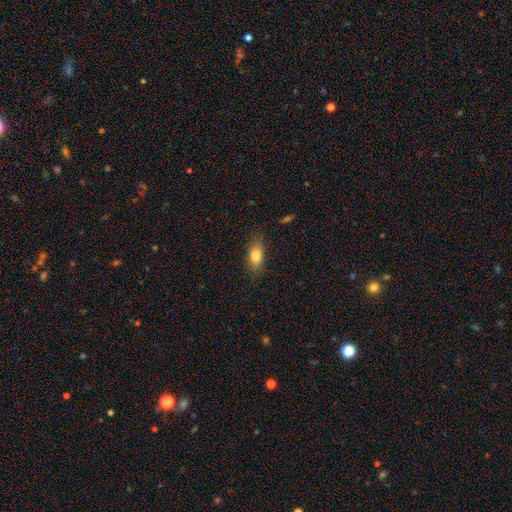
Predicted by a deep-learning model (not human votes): Smooth or featured: smooth — 81% (featured or disk — 11%)
How rounded: in between — 82% (cigar-shaped — 10%)
Merging: none — 79% (minor disturbance — 15%)